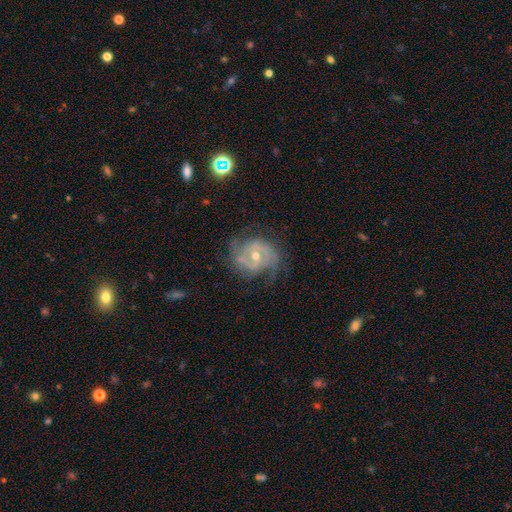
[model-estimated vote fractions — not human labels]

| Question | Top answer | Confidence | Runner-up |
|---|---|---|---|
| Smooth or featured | featured or disk | 87% | smooth (7%) |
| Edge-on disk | no | 97% | yes (3%) |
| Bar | no | 53% | weak (35%) |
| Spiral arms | yes | 95% | no (5%) |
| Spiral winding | tight | 49% | medium (39%) |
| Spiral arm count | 2 | 55% | 3 (17%) |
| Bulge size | moderate | 55% | small (42%) |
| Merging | none | 71% | minor disturbance (18%) |